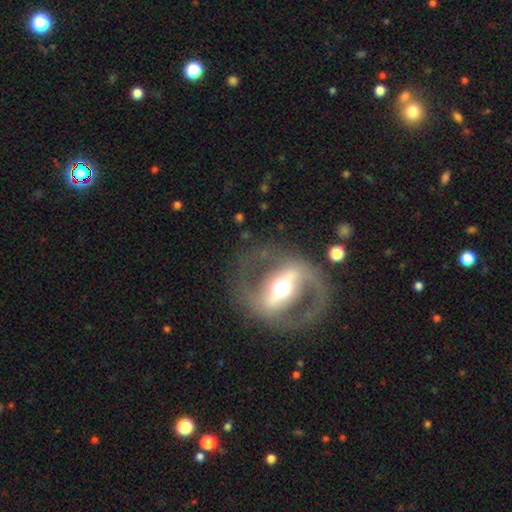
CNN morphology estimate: This appears to be a featured or disk galaxy (83%) with a strong bar (65%), 2 (84%) medium (47%) spiral arms (75%) and a moderate central bulge (60%). Merging: none (74%).